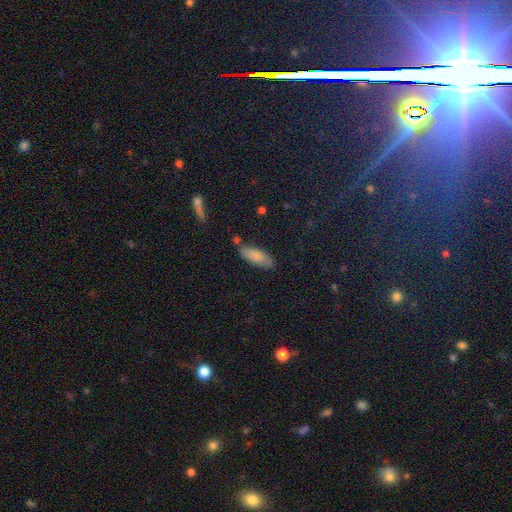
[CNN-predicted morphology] This is clearly a smooth galaxy (82%). How rounded: likely in between (70%). Merging: likely none (72%).